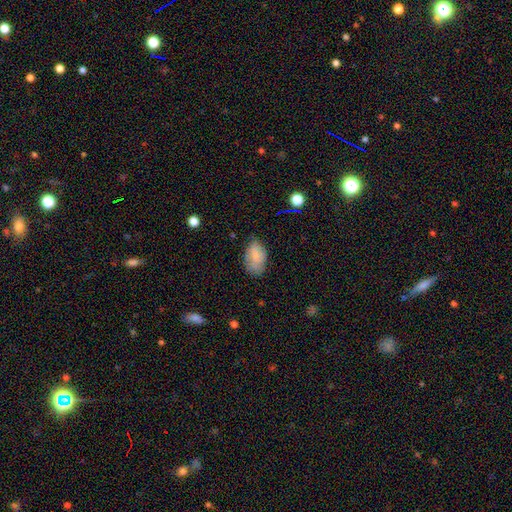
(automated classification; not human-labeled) The model was most divided on "merging": none: 64%, minor disturbance: 28%, major disturbance: 7%, merger: 2%. More confident: how rounded — in between (92%); smooth or featured — smooth (72%).